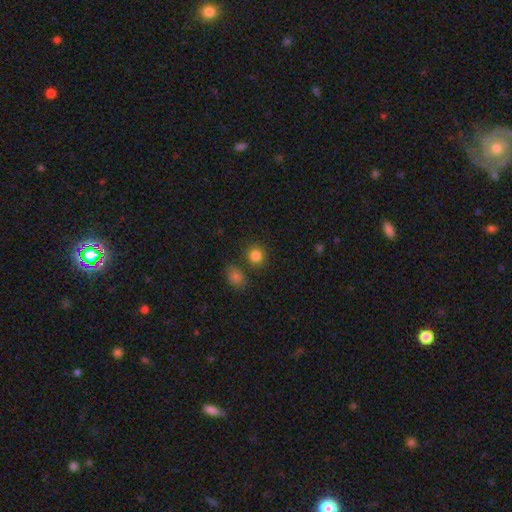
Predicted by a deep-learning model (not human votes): Smooth or featured? Predicted: smooth (p=0.84). How rounded? Predicted: round (p=0.85). Merging? Predicted: none (p=0.77).